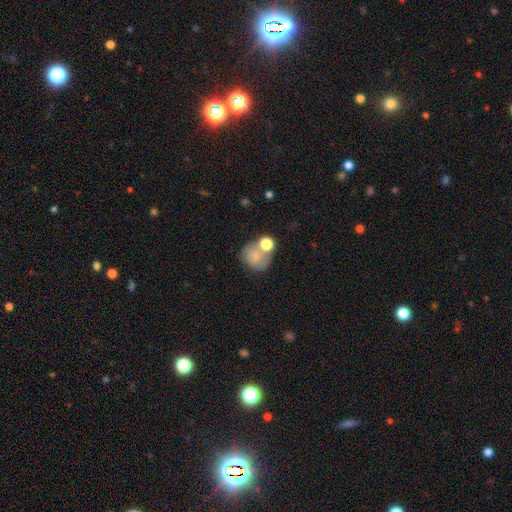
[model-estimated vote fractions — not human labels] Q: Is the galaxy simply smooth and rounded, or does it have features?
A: smooth — 71%.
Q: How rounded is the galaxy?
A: round — 75%.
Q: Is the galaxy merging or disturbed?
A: none — 45%.